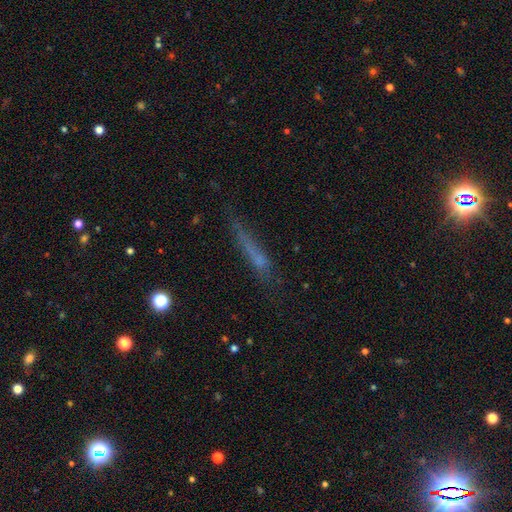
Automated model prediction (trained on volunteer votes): A smooth galaxy with no disk features (51%) that is cigar-shaped (88%).

Vote fractions:
- Smooth or featured? smooth: 51% / featured or disk: 34% / star or artifact: 15%
- How rounded? cigar-shaped: 88% / in between: 9% / round: 3%
- Merging? none: 57% / minor disturbance: 24% / major disturbance: 15% / merger: 4%